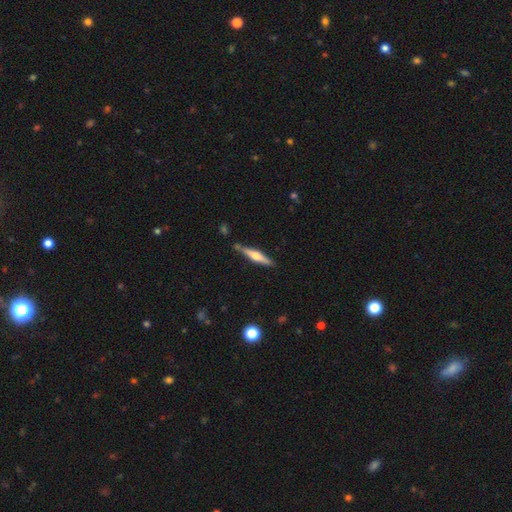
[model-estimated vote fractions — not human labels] Smooth or featured?
  - featured or disk: 60% *
  - smooth: 35%
  - star or artifact: 5%
Edge-on disk?
  - yes: 96% *
  - no: 4%
Edge-on bulge?
  - rounded: 89% *
  - boxy: 6%
  - none: 5%
Merging?
  - none: 82% *
  - minor disturbance: 11%
  - merger: 5%
  - major disturbance: 2%